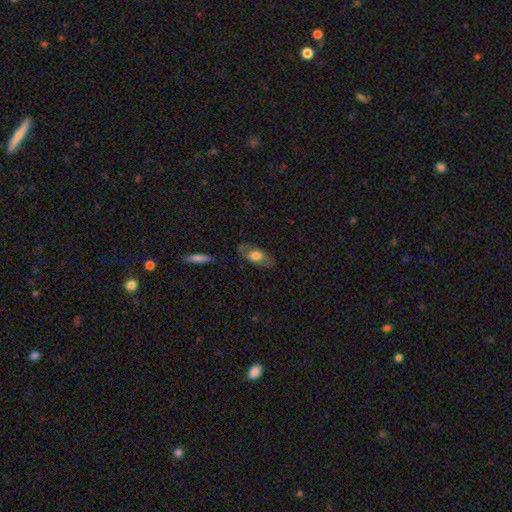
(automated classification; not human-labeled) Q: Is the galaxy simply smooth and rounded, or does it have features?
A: smooth — 53%.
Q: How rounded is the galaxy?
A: in between — 86%.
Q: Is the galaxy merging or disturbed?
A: none — 71%.